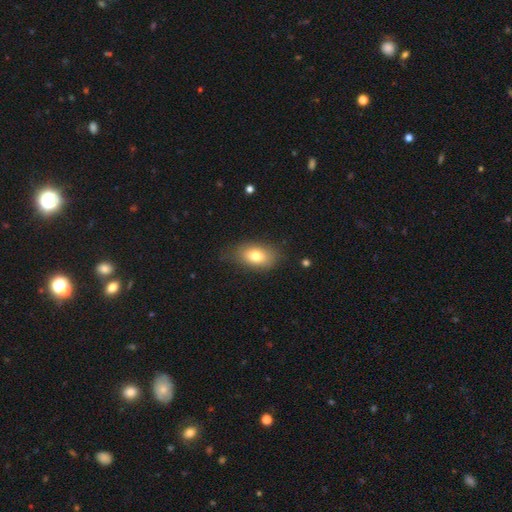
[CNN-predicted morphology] Smooth or featured: smooth — 76% (featured or disk — 15%)
How rounded: in between — 85% (round — 12%)
Merging: none — 76% (minor disturbance — 18%)